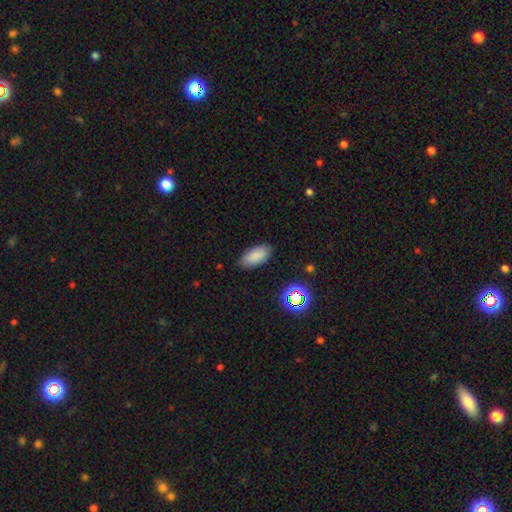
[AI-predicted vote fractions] Morphology: type=smooth (85%); roundness=in between (92%); merging=none (85%).